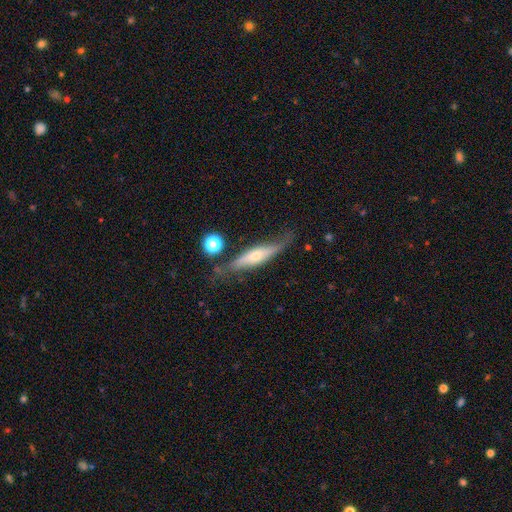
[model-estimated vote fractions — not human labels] This is possibly a featured or disk galaxy (59%). It is likely viewed edge-on (75%). Merging: likely none (64%).